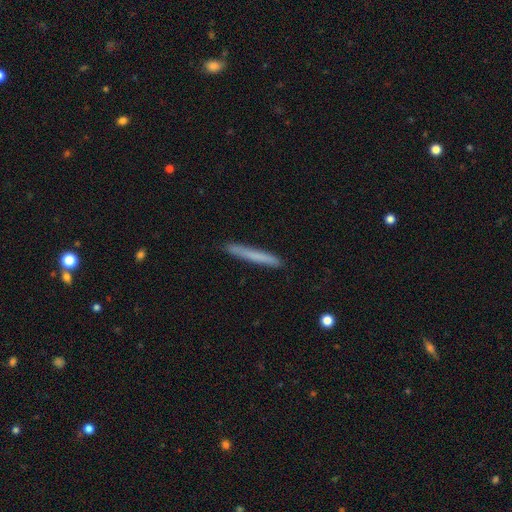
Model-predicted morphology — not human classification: smooth_or_featured: smooth (p=0.71) [alt: featured or disk p=0.23]
how_rounded: cigar-shaped (p=0.97) [alt: in between p=0.02]
merging: none (p=0.89) [alt: minor disturbance p=0.08]